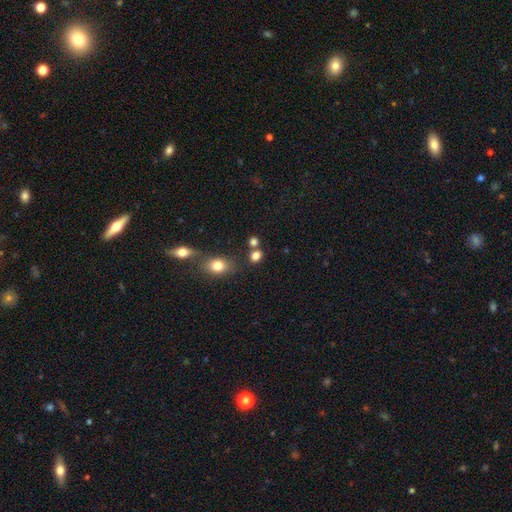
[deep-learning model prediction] Morphology: type=smooth (80%); roundness=round (57%); merging=none (65%).